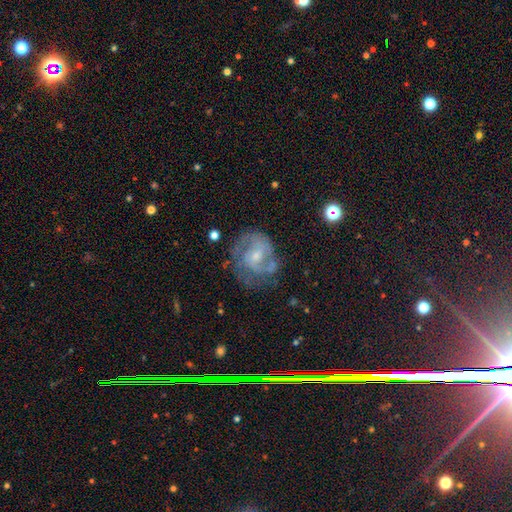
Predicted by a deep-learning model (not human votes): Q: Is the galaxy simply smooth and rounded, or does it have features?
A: featured or disk — 77%.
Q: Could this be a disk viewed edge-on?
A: no — 98%.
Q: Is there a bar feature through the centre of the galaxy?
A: no — 55%.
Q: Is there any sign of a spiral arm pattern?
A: yes — 84%.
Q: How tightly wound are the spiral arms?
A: medium — 43%.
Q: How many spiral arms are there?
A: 2 — 44%.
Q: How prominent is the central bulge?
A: small — 54%.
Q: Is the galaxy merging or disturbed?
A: none — 58%.